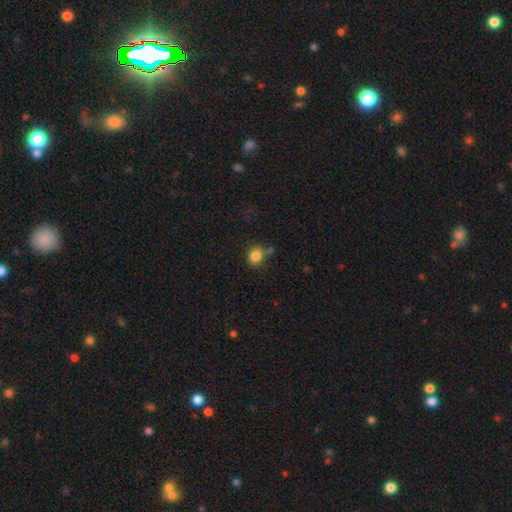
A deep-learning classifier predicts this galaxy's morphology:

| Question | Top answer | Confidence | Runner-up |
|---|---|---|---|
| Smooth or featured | smooth | 84% | star or artifact (11%) |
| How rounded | round | 77% | in between (22%) |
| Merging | none | 69% | minor disturbance (16%) |